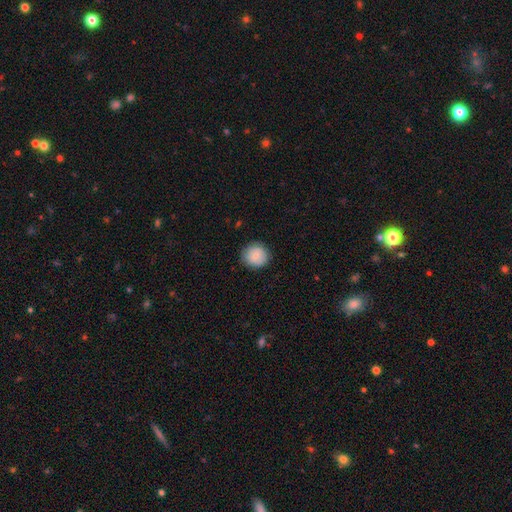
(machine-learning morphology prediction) smooth_or_featured: smooth (p=0.84) [alt: featured or disk p=0.09]
how_rounded: round (p=0.88) [alt: in between p=0.11]
merging: none (p=0.86) [alt: minor disturbance p=0.10]